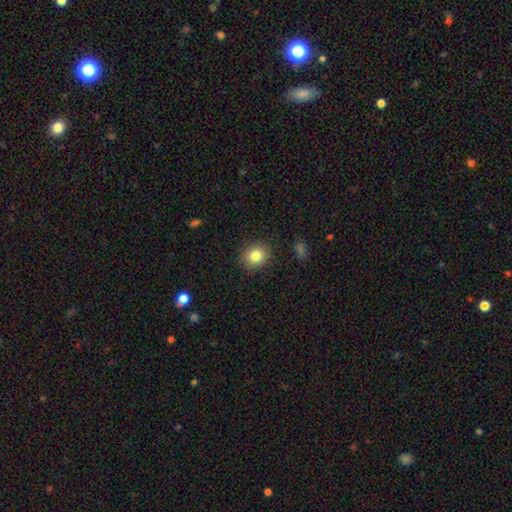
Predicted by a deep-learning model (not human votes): Smooth or featured: smooth — 83% (star or artifact — 10%)
How rounded: round — 68% (in between — 31%)
Merging: none — 88% (minor disturbance — 8%)